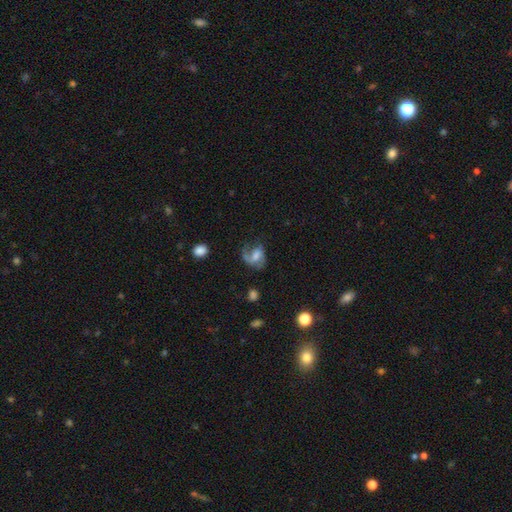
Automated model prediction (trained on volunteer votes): Morphology: type=featured or disk (61%); edge-on=no (97%); bar=weak (43%); spiral arms=yes (86%); winding=loose (44%); arm count=2 (51%); bulge=moderate (37%); merging=none (42%).